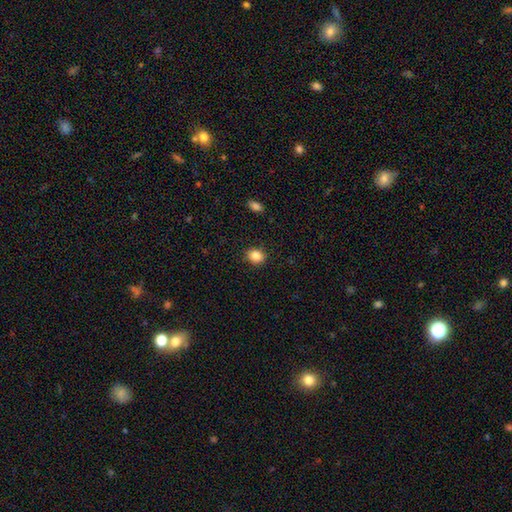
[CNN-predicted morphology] smooth 85%, star or artifact 10%, featured or disk 5%. Down the decision tree: how rounded — round (64%); merging — none (88%).